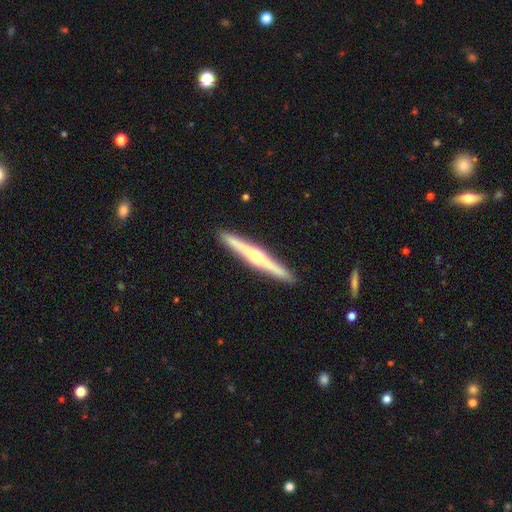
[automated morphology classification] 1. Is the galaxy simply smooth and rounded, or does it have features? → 70% featured or disk, 25% smooth, 5% star or artifact.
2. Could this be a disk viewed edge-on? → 98% yes, 2% no.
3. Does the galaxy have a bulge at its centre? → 70% rounded, 16% none, 14% boxy.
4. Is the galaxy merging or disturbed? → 92% none, 6% minor disturbance, 1% major disturbance, 1% merger.